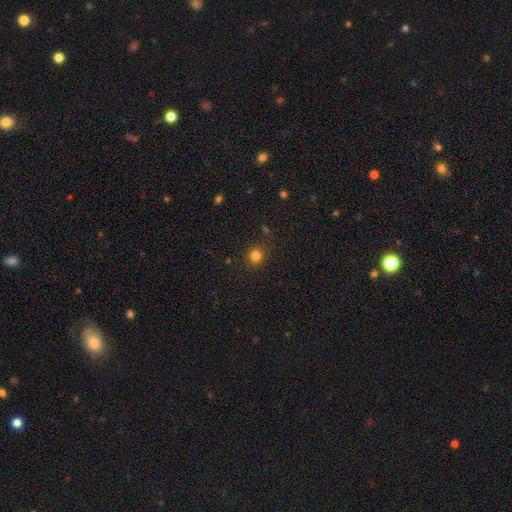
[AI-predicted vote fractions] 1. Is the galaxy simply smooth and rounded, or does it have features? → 81% smooth, 15% star or artifact, 5% featured or disk.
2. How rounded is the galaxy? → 91% round, 8% in between, 1% cigar-shaped.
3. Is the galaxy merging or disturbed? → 90% none, 7% minor disturbance, 2% major disturbance, 1% merger.